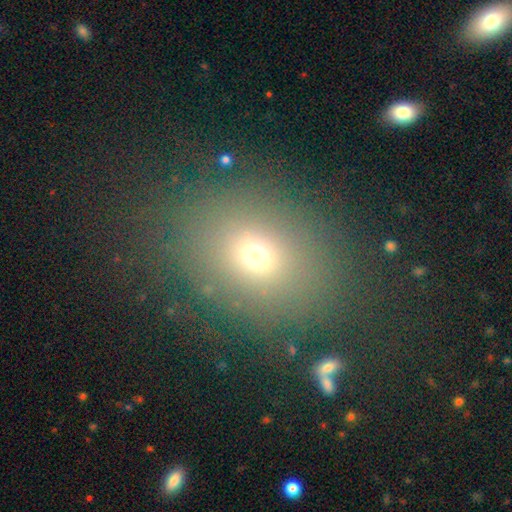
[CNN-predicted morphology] Smooth or featured: smooth — 67% (star or artifact — 20%)
How rounded: round — 50% (in between — 48%)
Merging: none — 78% (minor disturbance — 12%)